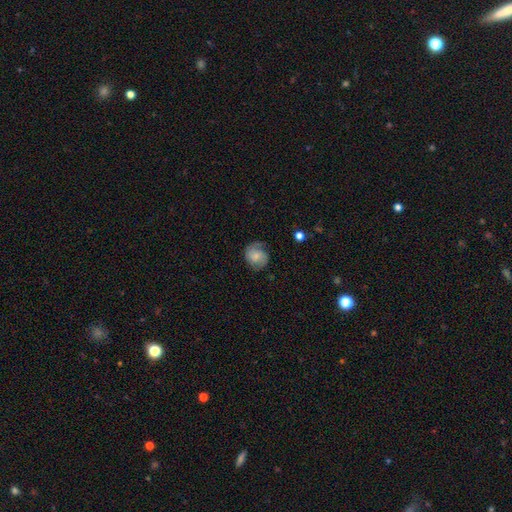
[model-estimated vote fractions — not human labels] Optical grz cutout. It shows a featured or disk galaxy (51%). Merging: none (67%).